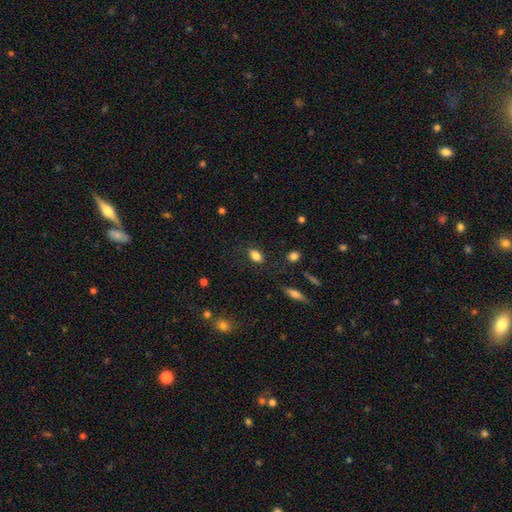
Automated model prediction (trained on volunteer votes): A smooth galaxy with no disk features (84%) that is in between round and cigar-shaped (85%). Merging: none (82%).